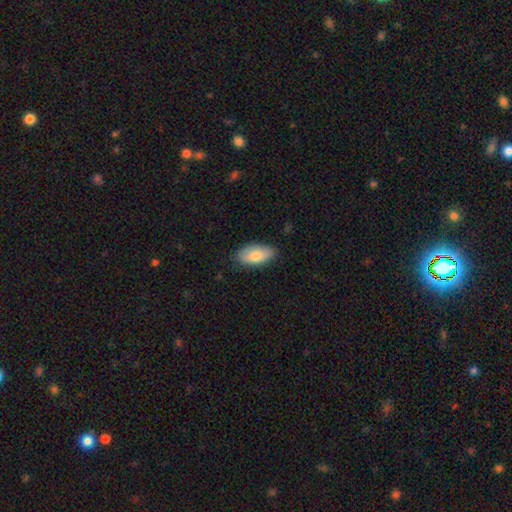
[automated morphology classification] Smooth or featured? Predicted: smooth (p=0.77). How rounded? Predicted: in between (p=0.93). Merging? Predicted: none (p=0.80).